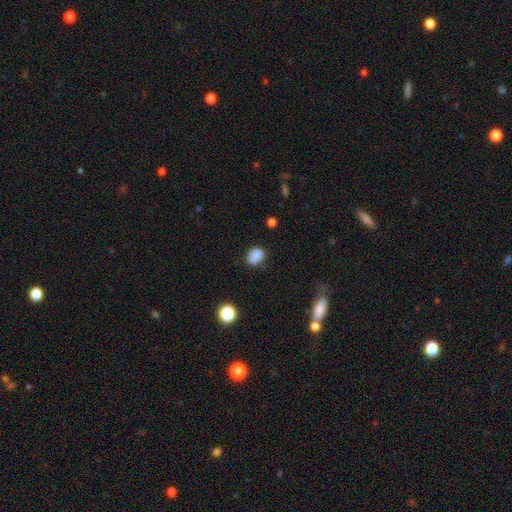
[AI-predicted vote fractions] This is clearly a smooth galaxy (83%). How rounded: likely in between (65%). Merging: likely none (70%).